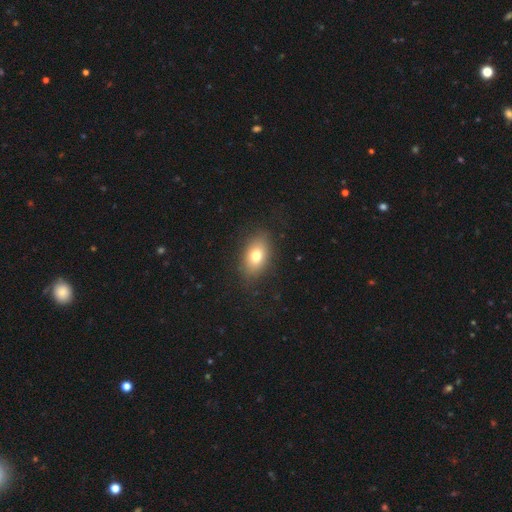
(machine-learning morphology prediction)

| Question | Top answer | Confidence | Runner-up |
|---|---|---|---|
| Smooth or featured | smooth | 75% | featured or disk (15%) |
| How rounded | in between | 83% | round (15%) |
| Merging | none | 83% | minor disturbance (11%) |